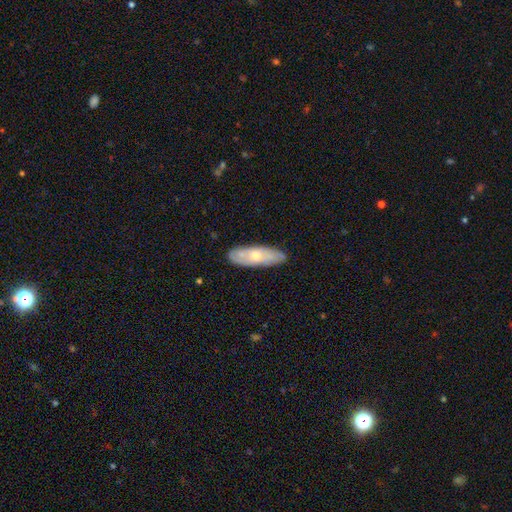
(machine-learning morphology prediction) A smooth galaxy with no disk features (57%) that is in between round and cigar-shaped (55%).

Vote fractions:
- Smooth or featured? smooth: 57% / featured or disk: 38% / star or artifact: 6%
- How rounded? in between: 55% / cigar-shaped: 43% / round: 2%
- Merging? none: 82% / minor disturbance: 14% / major disturbance: 2% / merger: 1%